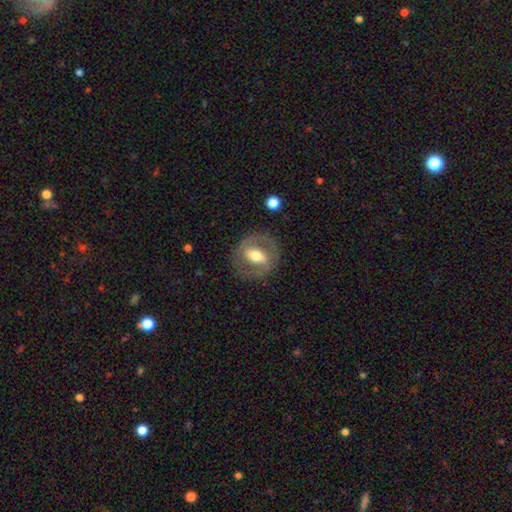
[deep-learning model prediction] This appears to be a featured or disk galaxy (63%) with a strong bar (42%), no spiral arms (52%) and a moderate central bulge (66%). Merging: none (79%).